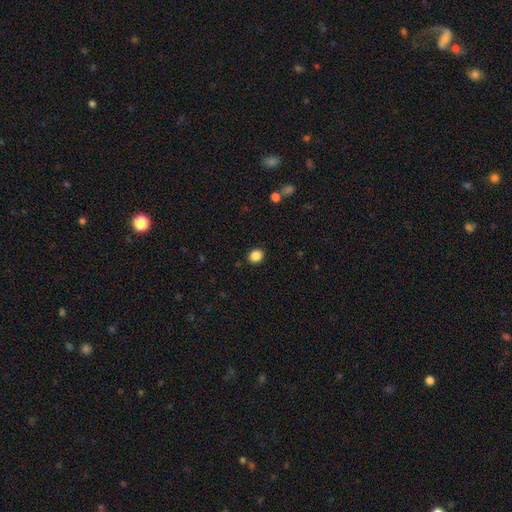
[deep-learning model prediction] Smooth or featured?
  - smooth: 87% *
  - star or artifact: 10%
  - featured or disk: 3%
How rounded?
  - round: 68% *
  - in between: 31%
  - cigar-shaped: 1%
Merging?
  - none: 91% *
  - minor disturbance: 6%
  - major disturbance: 2%
  - merger: 1%